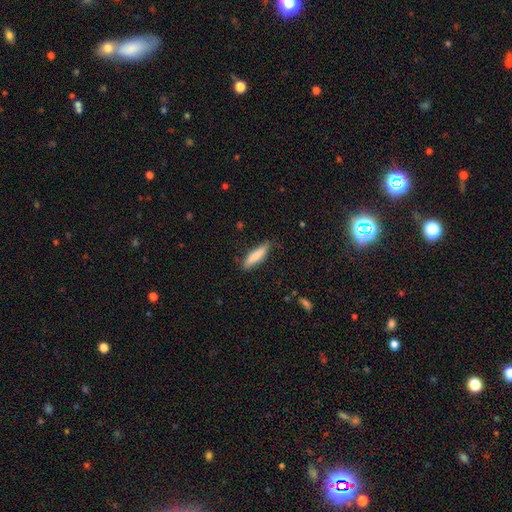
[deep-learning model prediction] This appears to be a smooth galaxy with no disk features (80%) that is cigar-shaped (73%). Merging: none (79%).